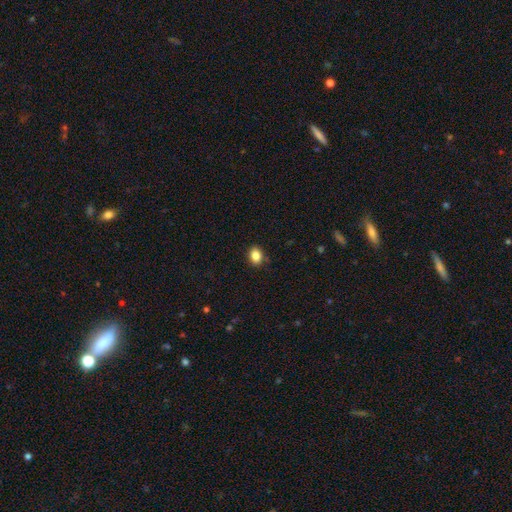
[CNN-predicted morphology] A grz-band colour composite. It shows a smooth galaxy with no disk features (86%) that is in between round and cigar-shaped (63%). Merging: none (86%).